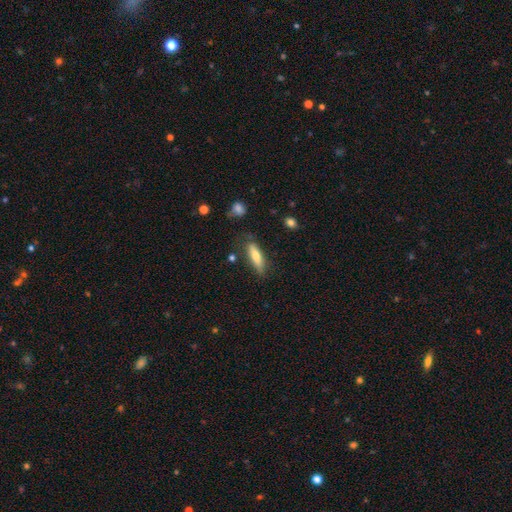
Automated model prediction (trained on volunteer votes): Q: Smooth or featured?
A: smooth (67%); runner-up: featured or disk (27%)
Q: How rounded?
A: cigar-shaped (59%); runner-up: in between (39%)
Q: Merging?
A: none (73%); runner-up: minor disturbance (18%)